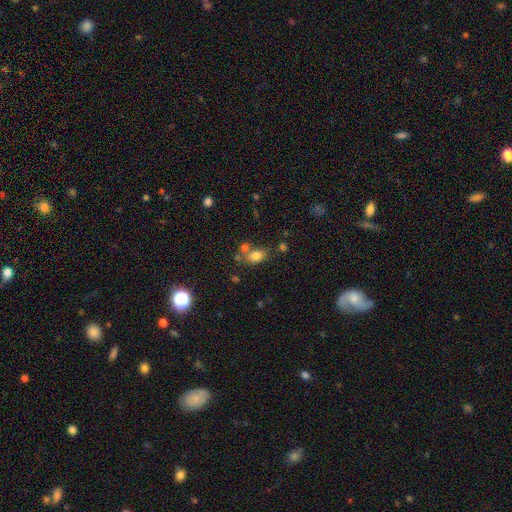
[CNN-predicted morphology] smooth_or_featured: smooth (p=0.79) [alt: star or artifact p=0.12]
how_rounded: in between (p=0.68) [alt: round p=0.30]
merging: none (p=0.58) [alt: merger p=0.22]